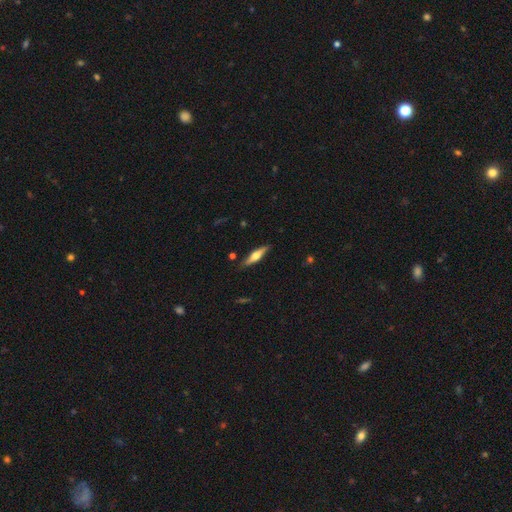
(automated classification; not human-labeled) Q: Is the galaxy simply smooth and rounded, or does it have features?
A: featured or disk — 56%.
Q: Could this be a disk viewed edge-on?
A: yes — 95%.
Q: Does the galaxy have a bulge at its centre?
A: rounded — 90%.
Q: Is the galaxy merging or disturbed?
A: none — 86%.